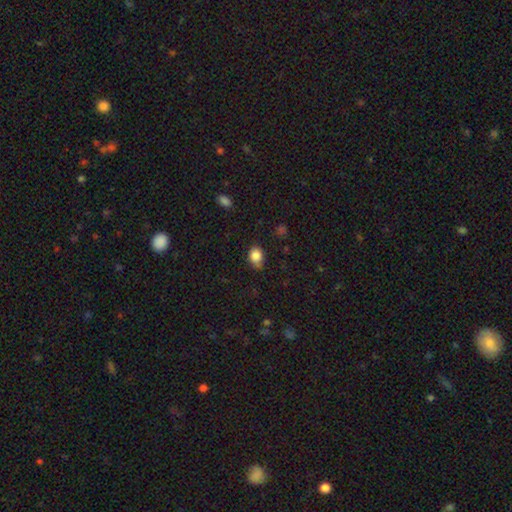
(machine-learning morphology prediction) Smooth or featured?
  - smooth: 85% *
  - star or artifact: 9%
  - featured or disk: 6%
How rounded?
  - in between: 57% *
  - round: 41%
  - cigar-shaped: 1%
Merging?
  - none: 60% *
  - minor disturbance: 32%
  - major disturbance: 6%
  - merger: 2%